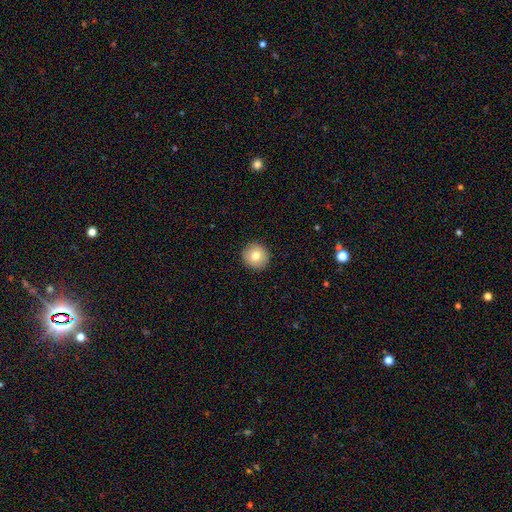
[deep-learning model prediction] smooth_or_featured: smooth (p=0.78) [alt: featured or disk p=0.13]
how_rounded: round (p=0.93) [alt: in between p=0.06]
merging: none (p=0.92) [alt: minor disturbance p=0.05]